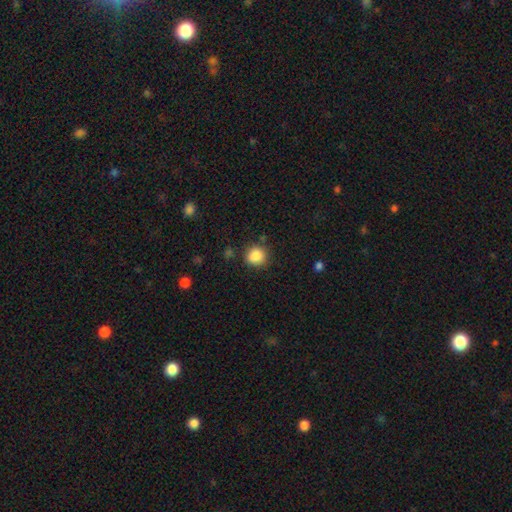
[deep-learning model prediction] Smooth or featured? Predicted: smooth (p=0.87). How rounded? Predicted: round (p=0.82). Merging? Predicted: none (p=0.81).